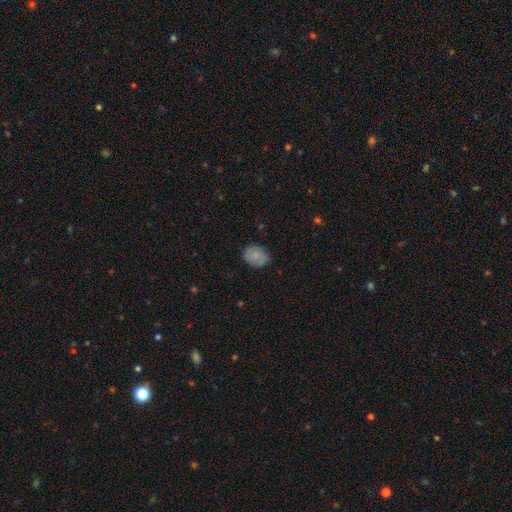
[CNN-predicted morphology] smooth 71%, featured or disk 22%, star or artifact 8%. Down the decision tree: how rounded — in between (54%); merging — none (77%).